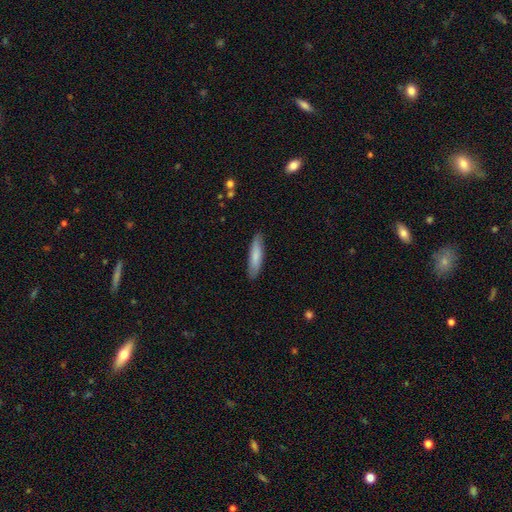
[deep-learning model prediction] Smooth or featured? Predicted: smooth (p=0.81). How rounded? Predicted: cigar-shaped (p=0.74). Merging? Predicted: none (p=0.86).